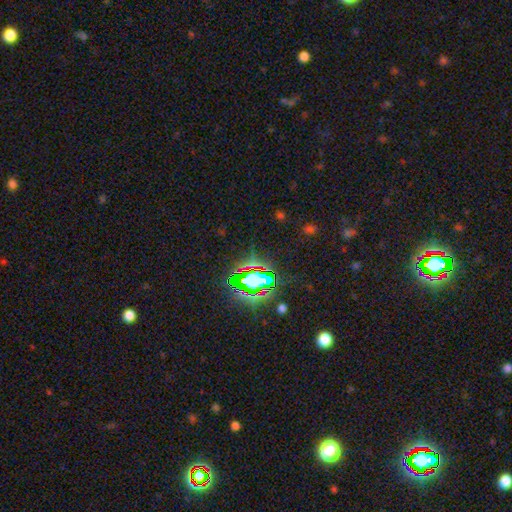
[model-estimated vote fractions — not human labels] Smooth or featured? Predicted: star or artifact (p=0.80).